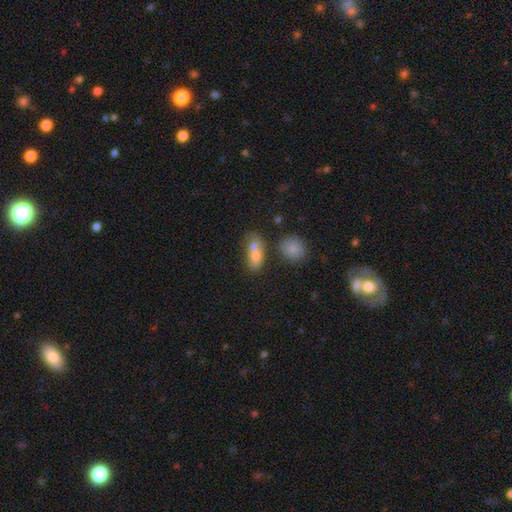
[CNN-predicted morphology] smooth-or-featured: smooth: 76% | featured or disk: 14% | star or artifact: 10%
  how-rounded: in between: 76% | cigar-shaped: 16% | round: 9%
  merging: none: 40% | merger: 36% | minor disturbance: 16% | major disturbance: 8%